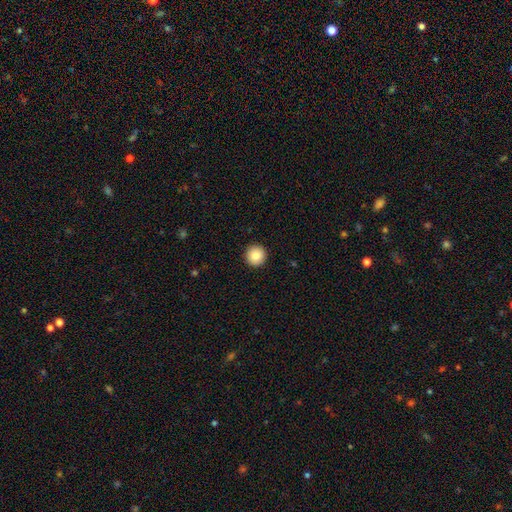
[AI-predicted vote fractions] A smooth galaxy with no disk features (84%) that is round (96%).

Vote fractions:
- Smooth or featured? smooth: 84% / star or artifact: 9% / featured or disk: 7%
- How rounded? round: 96% / in between: 3% / cigar-shaped: 1%
- Merging? none: 93% / minor disturbance: 4% / major disturbance: 1% / merger: 1%